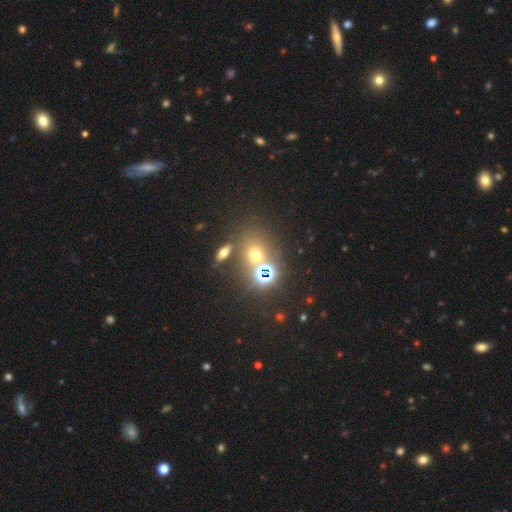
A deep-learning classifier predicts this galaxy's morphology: Q: Smooth or featured?
A: smooth (49%); runner-up: star or artifact (38%)
Q: Merging?
A: none (64%); runner-up: merger (22%)